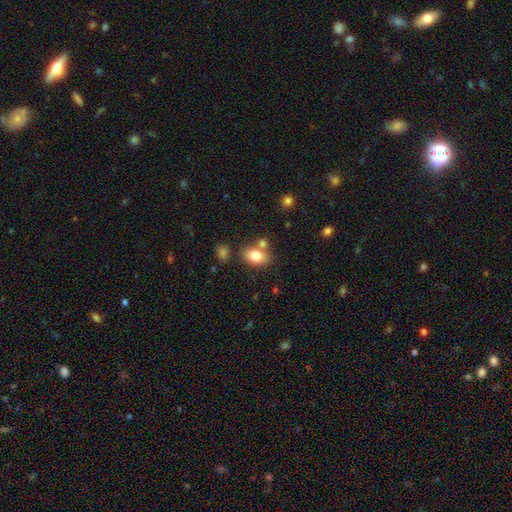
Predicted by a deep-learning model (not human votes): Smooth or featured? smooth (79%)
How rounded? in between (77%)
Merging? none (65%)